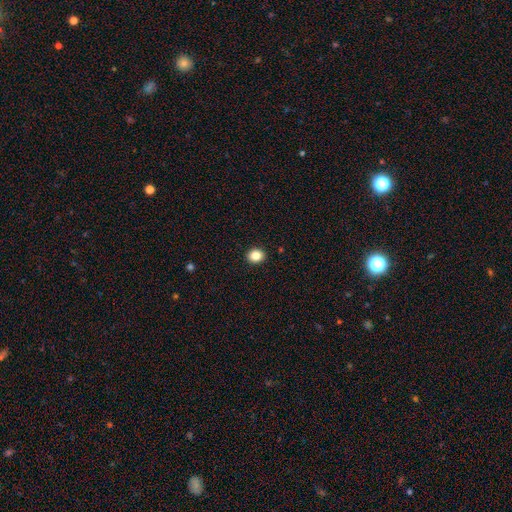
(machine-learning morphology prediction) This is clearly a smooth galaxy (85%). How rounded: likely round (64%). Merging: clearly none (92%).